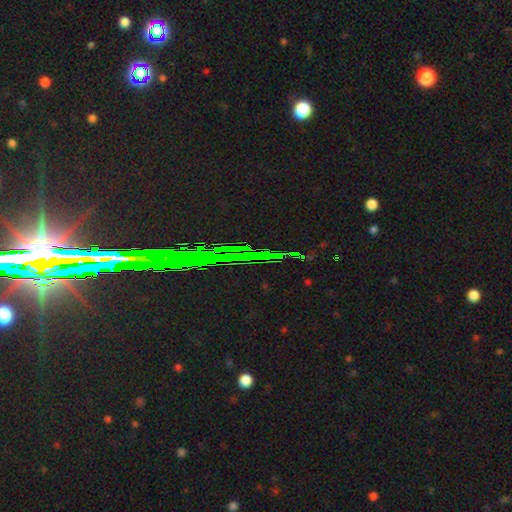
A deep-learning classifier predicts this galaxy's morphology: This appears to be a star or artifact, not a galaxy (78%).